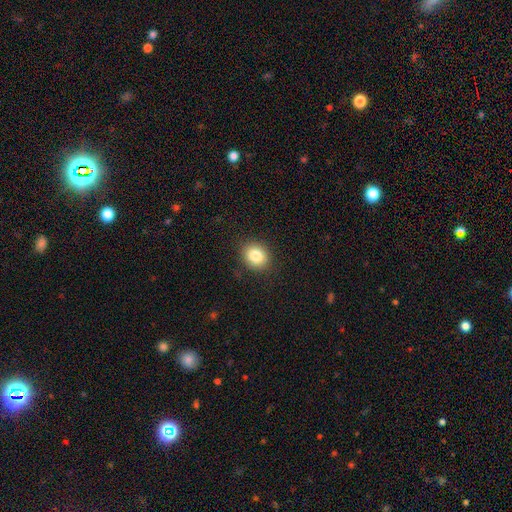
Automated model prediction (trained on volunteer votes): Smooth or featured?
  - smooth: 84% *
  - star or artifact: 10%
  - featured or disk: 7%
How rounded?
  - round: 61% *
  - in between: 38%
  - cigar-shaped: 1%
Merging?
  - none: 88% *
  - minor disturbance: 8%
  - major disturbance: 3%
  - merger: 1%